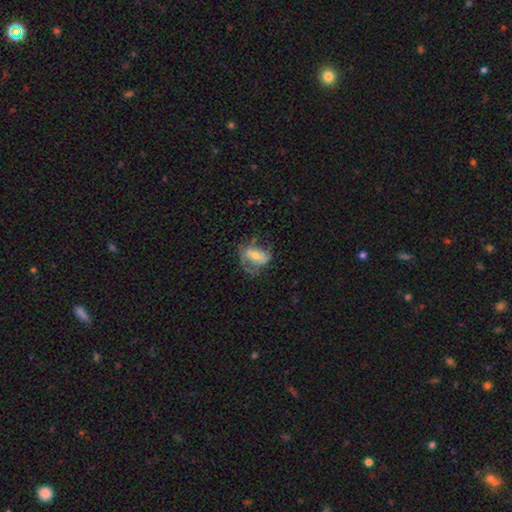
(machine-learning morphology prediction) This is possibly a featured or disk galaxy (58%). It is clearly not viewed edge-on (94%). Bar: marginally strong (35%). Spiral arm pattern: likely yes (68%). Central bulge: possibly small (46%). Merging: possibly none (47%).